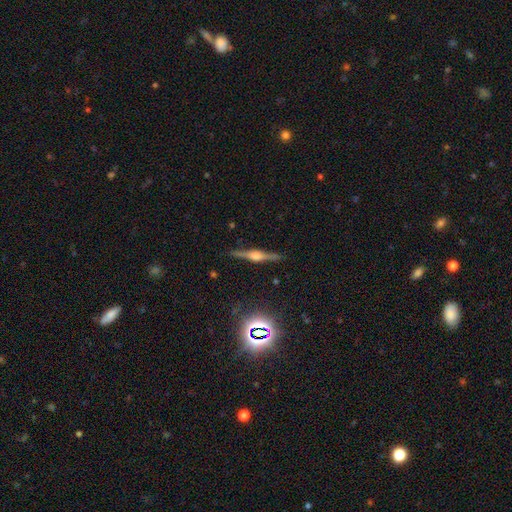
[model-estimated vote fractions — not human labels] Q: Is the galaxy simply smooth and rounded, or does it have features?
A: featured or disk — 80%.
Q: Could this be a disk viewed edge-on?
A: yes — 98%.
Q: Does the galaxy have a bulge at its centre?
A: rounded — 83%.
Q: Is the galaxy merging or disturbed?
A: none — 90%.